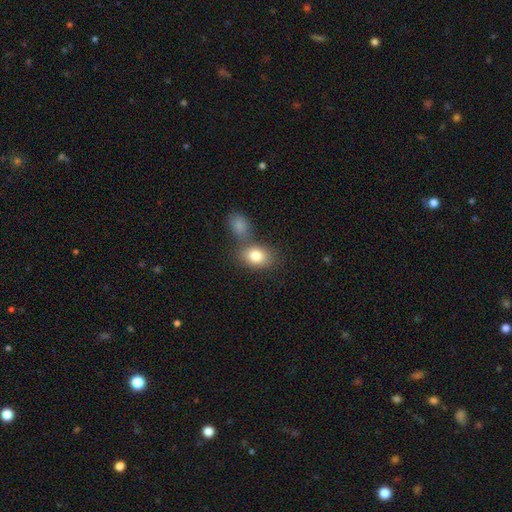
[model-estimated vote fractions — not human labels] Q: Smooth or featured?
A: smooth (82%); runner-up: featured or disk (9%)
Q: How rounded?
A: in between (71%); runner-up: round (28%)
Q: Merging?
A: none (53%); runner-up: merger (30%)